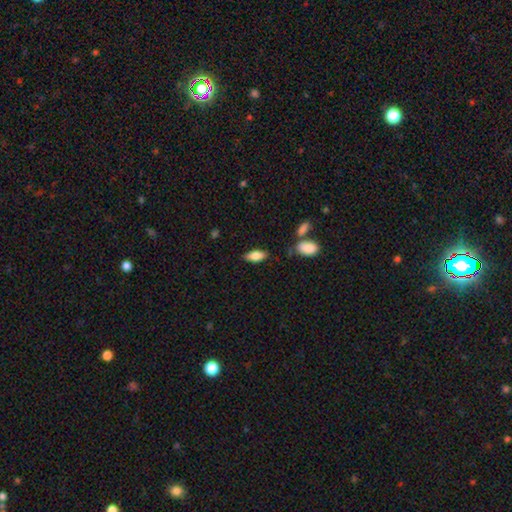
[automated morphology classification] This is clearly a smooth galaxy (80%). How rounded: clearly in between (83%). Merging: likely none (79%).